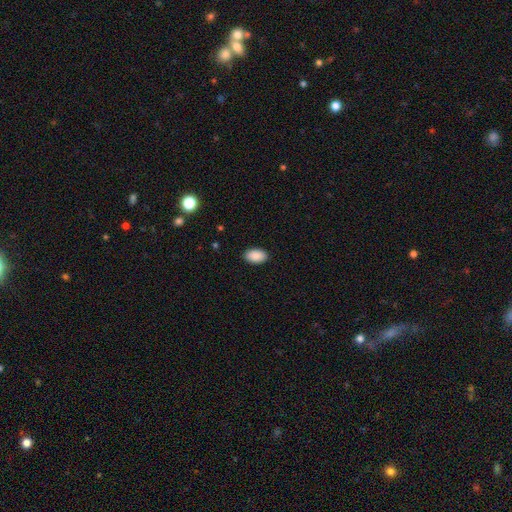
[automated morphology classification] Q: Smooth or featured?
A: smooth (90%); runner-up: star or artifact (7%)
Q: How rounded?
A: in between (94%); runner-up: round (5%)
Q: Merging?
A: none (90%); runner-up: minor disturbance (8%)